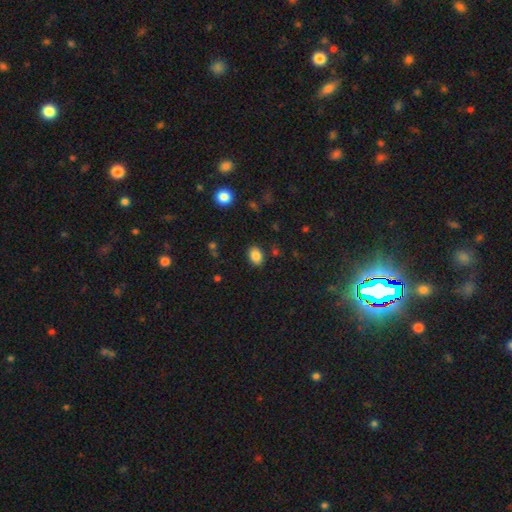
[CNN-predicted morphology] This appears to be a smooth galaxy with no disk features (85%) that is in between round and cigar-shaped (73%). Merging: none (86%).